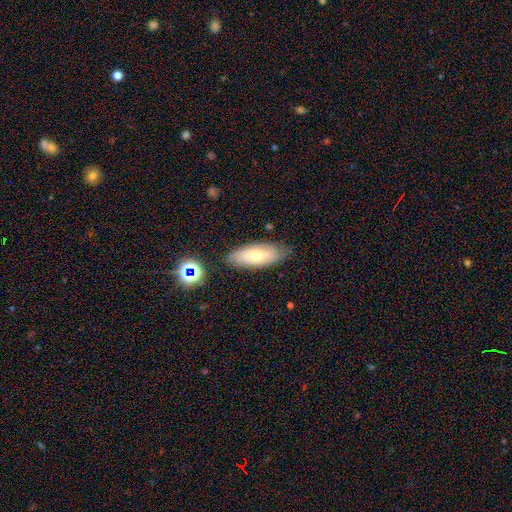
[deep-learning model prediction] The model was most divided on "smooth or featured": smooth: 68%, featured or disk: 25%, star or artifact: 8%. More confident: merging — none (80%); how rounded — in between (77%).